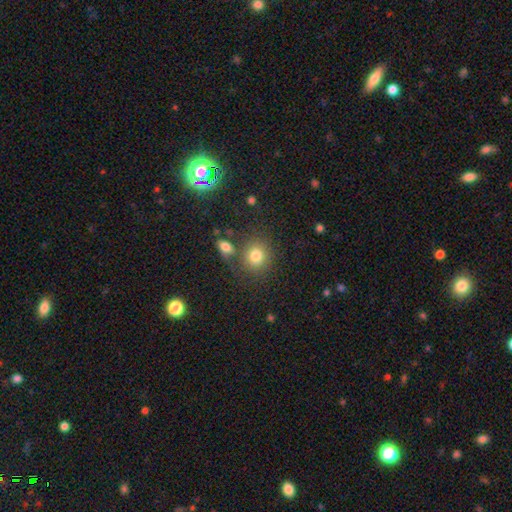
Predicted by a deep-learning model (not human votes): Overall: smooth (80%). How rounded: round (80%). Merging: none (73%).